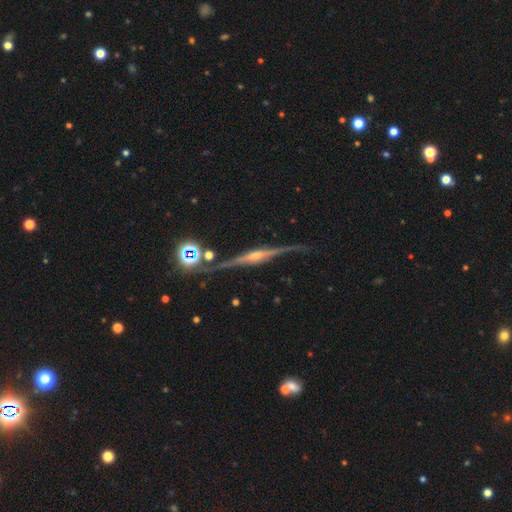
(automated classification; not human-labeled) Overall: featured or disk (85%). Edge-on disk: yes (96%). Edge-on bulge: rounded (72%). Merging: none (79%).